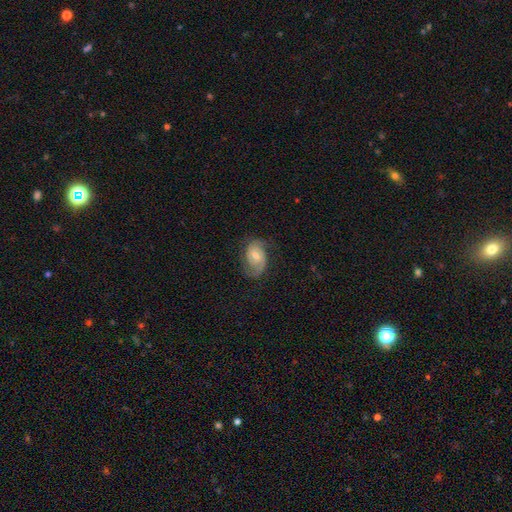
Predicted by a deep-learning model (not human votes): smooth-or-featured: featured or disk: 73% | smooth: 21% | star or artifact: 7%
  disk-edge-on: no: 97% | yes: 3%
    bar: no: 47% | weak: 44% | strong: 9%
    has-spiral-arms: yes: 92% | no: 8%
      spiral-winding: medium: 44% | tight: 34% | loose: 22%
      spiral-arm-count: 2: 77% | can't tell: 10% | 1: 8% | 3: 3% | 4: 1% | more than 4: 1%
    bulge-size: moderate: 57% | small: 36% | large: 4% | none: 2% | dominant: 1%
  merging: none: 66% | minor disturbance: 21% | major disturbance: 12% | merger: 1%